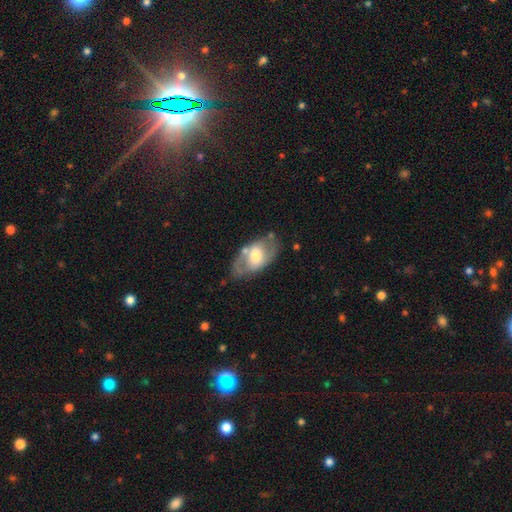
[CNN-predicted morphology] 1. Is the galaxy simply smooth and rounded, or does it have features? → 57% featured or disk, 37% smooth, 6% star or artifact.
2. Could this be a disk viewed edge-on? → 92% no, 8% yes.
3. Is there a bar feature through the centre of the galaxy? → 42% no, 40% weak, 19% strong.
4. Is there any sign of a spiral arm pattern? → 58% yes, 42% no.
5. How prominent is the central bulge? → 61% moderate, 19% large, 16% small, 2% dominant, 2% none.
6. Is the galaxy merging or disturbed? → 67% none, 19% minor disturbance, 8% major disturbance, 6% merger.